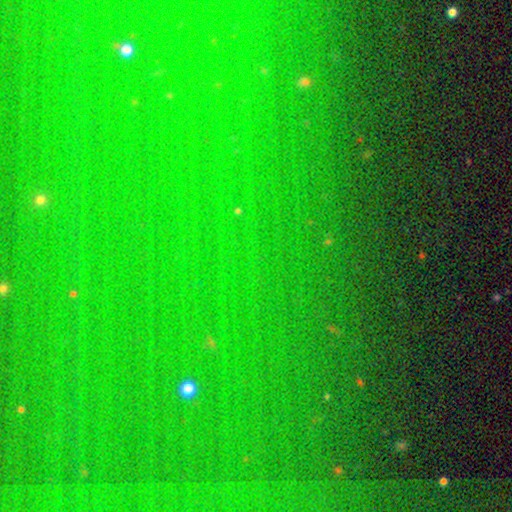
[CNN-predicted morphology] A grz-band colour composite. It shows a star or artifact, not a galaxy (81%).